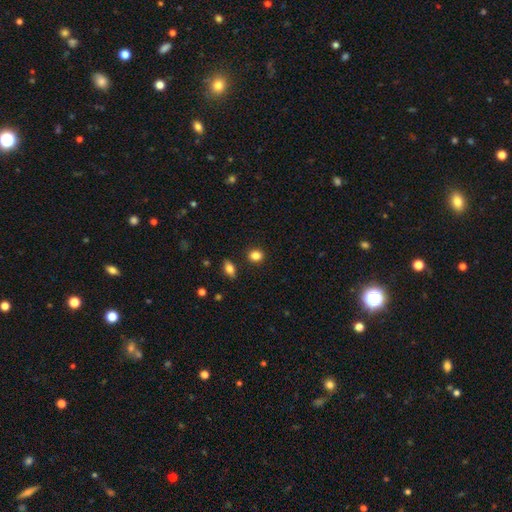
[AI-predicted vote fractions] Overall: smooth (84%). How rounded: round (68%; in between 31%). Merging: none (87%).